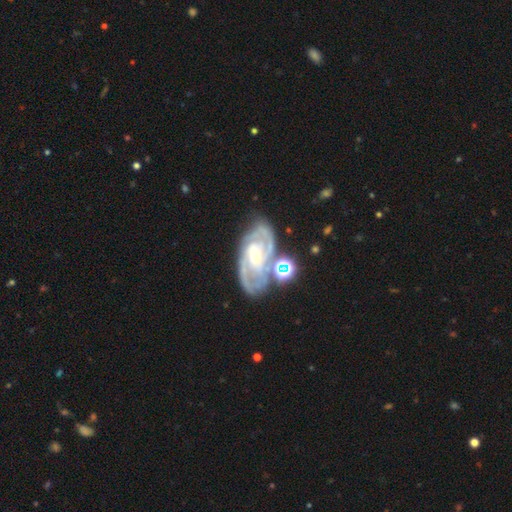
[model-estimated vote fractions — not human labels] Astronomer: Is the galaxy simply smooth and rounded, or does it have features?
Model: featured or disk — 87%.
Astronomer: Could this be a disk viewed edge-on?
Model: no — 96%.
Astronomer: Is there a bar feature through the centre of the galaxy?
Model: weak — 42% (runner-up: no, 37%).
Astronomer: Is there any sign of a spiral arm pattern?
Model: yes — 96%.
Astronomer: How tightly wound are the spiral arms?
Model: tight — 56% (runner-up: medium, 37%).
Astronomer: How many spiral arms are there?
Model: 2 — 62%.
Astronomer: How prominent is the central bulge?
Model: small — 51% (runner-up: moderate, 45%).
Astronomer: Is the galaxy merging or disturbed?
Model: none — 66%.